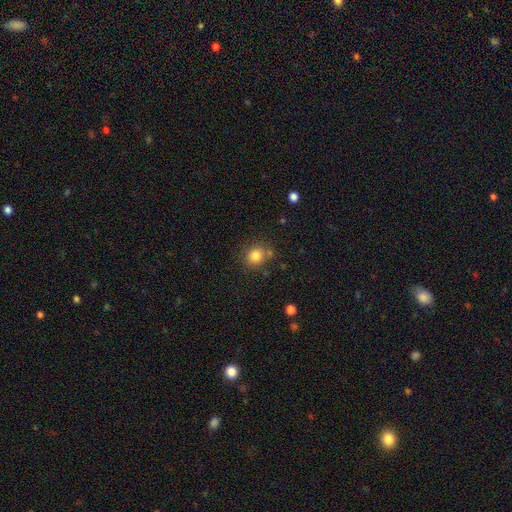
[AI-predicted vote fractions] The model was most divided on "how rounded": round: 79%, in between: 20%, cigar-shaped: 1%. More confident: smooth or featured — smooth (81%); merging — none (76%).